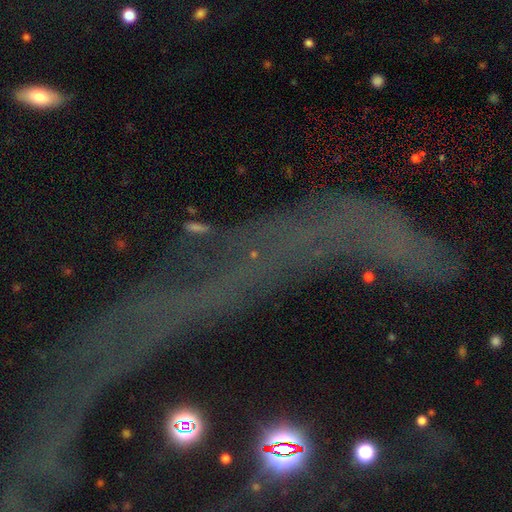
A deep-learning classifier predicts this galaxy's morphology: The model was most divided on "smooth or featured": star or artifact: 63%, featured or disk: 21%, smooth: 16%.